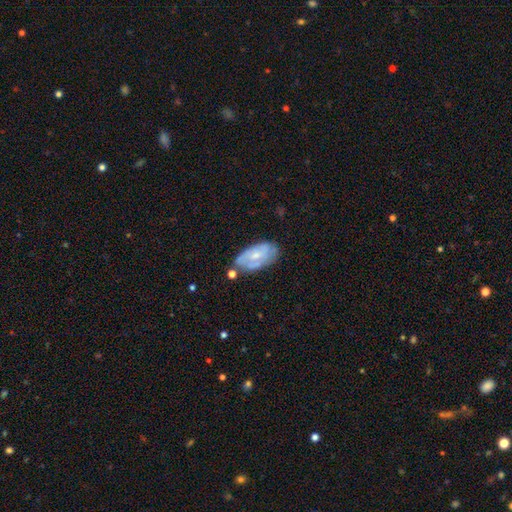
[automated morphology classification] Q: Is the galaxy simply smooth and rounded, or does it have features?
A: featured or disk — 58%.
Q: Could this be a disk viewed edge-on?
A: no — 93%.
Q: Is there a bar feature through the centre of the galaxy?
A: no — 66%.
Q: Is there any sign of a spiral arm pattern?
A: yes — 68%.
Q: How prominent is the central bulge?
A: small — 53%.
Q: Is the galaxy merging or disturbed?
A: none — 59%.